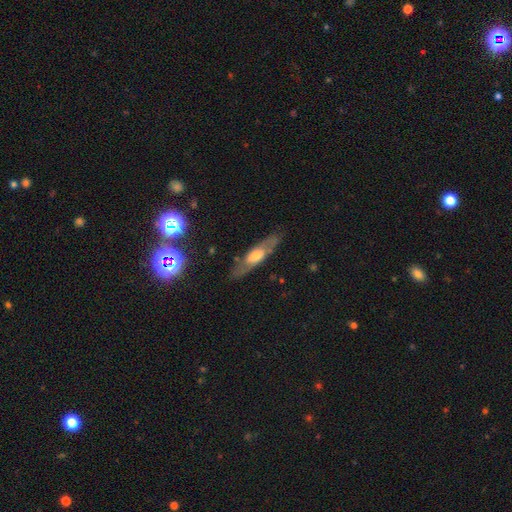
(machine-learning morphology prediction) featured or disk 59%, smooth 34%, star or artifact 7%. Down the decision tree: edge-on disk — yes (53%); merging — none (80%).